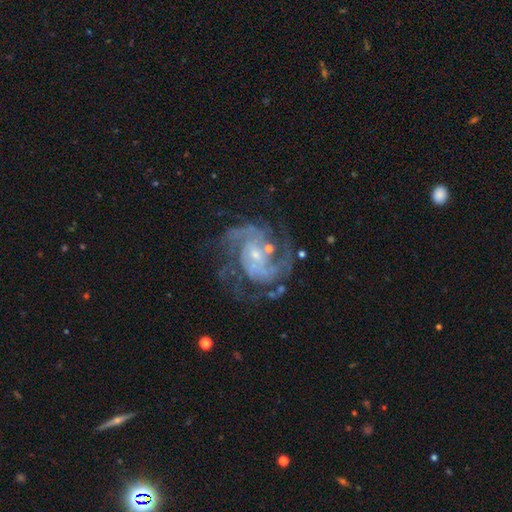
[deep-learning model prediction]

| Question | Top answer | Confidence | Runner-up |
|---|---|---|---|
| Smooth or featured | featured or disk | 90% | star or artifact (6%) |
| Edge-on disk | no | 98% | yes (2%) |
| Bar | no | 51% | weak (38%) |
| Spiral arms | yes | 97% | no (3%) |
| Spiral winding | medium | 50% | tight (38%) |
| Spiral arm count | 2 | 47% | 3 (21%) |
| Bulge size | small | 69% | moderate (23%) |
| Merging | none | 65% | minor disturbance (16%) |